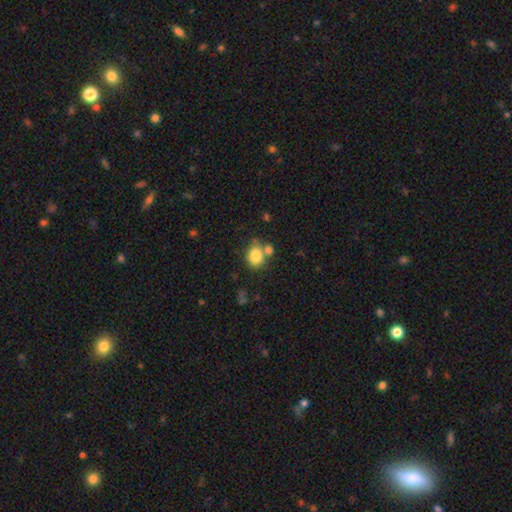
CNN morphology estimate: smooth 83%, star or artifact 10%, featured or disk 8%. Down the decision tree: how rounded — round (56%); merging — none (52%).